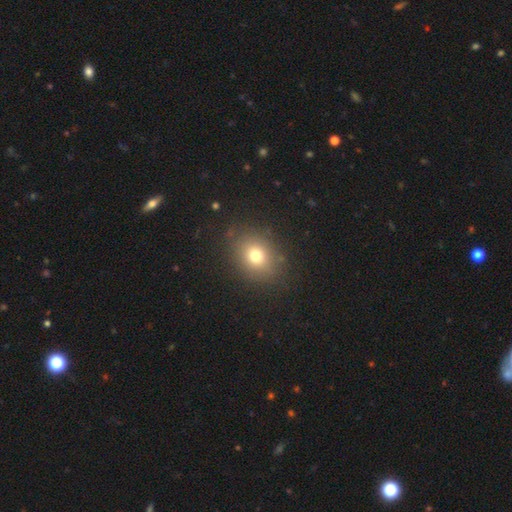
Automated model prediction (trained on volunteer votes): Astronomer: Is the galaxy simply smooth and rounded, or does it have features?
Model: smooth — 73%.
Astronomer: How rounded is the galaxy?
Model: round — 60% (runner-up: in between, 39%).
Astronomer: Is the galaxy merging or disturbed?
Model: none — 85%.